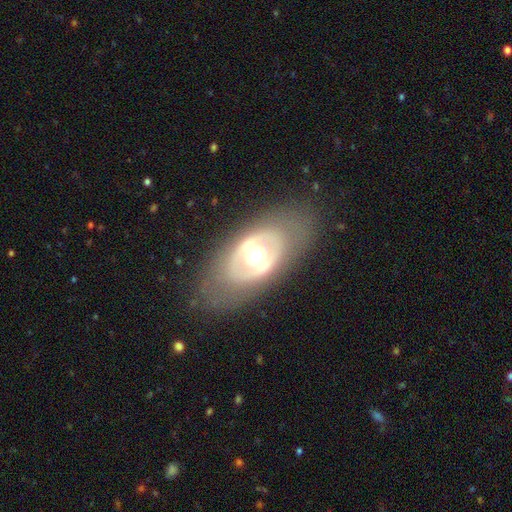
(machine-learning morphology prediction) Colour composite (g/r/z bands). It shows a featured or disk galaxy (64%) with no bar (68%), no spiral arms (88%) and a moderate central bulge (63%). Merging: none (75%).